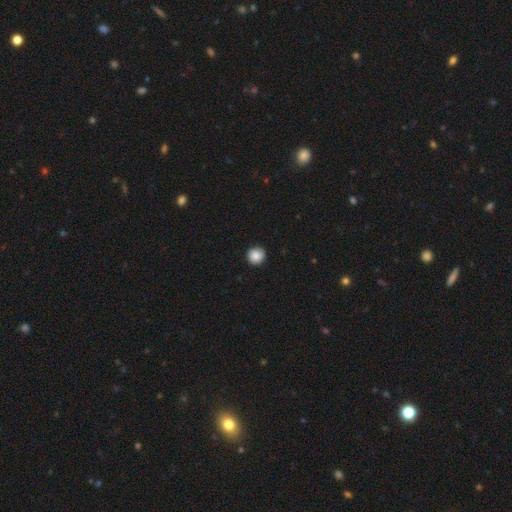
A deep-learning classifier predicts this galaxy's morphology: Smooth or featured?
  - smooth: 86% *
  - star or artifact: 9%
  - featured or disk: 5%
How rounded?
  - round: 93% *
  - in between: 6%
  - cigar-shaped: 1%
Merging?
  - none: 87% *
  - minor disturbance: 10%
  - major disturbance: 2%
  - merger: 1%